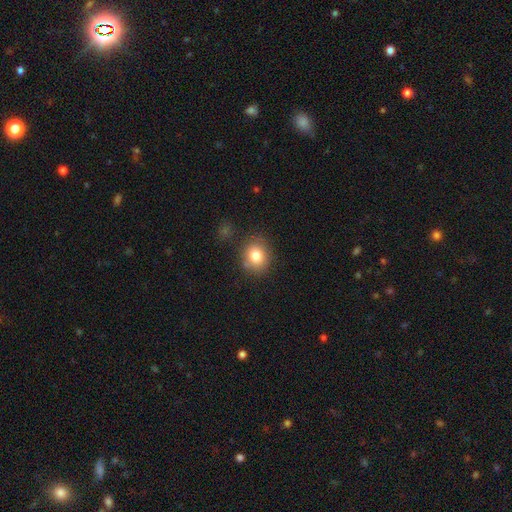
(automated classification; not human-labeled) Smooth or featured: smooth — 81% (star or artifact — 10%)
How rounded: round — 68% (in between — 31%)
Merging: none — 78% (minor disturbance — 13%)